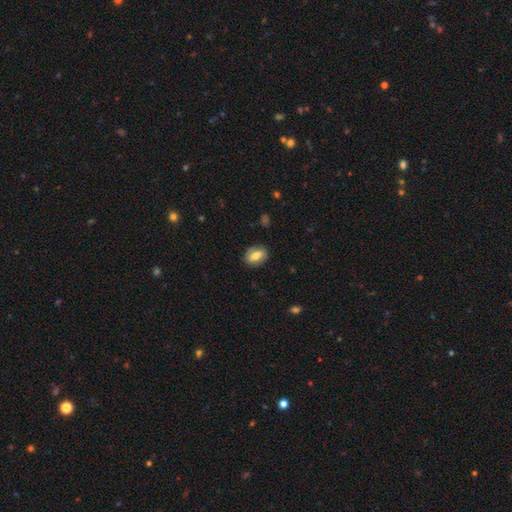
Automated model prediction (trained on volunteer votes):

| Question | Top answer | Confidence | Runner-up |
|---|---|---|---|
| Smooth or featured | smooth | 64% | featured or disk (28%) |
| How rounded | in between | 75% | round (22%) |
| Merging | none | 83% | minor disturbance (12%) |